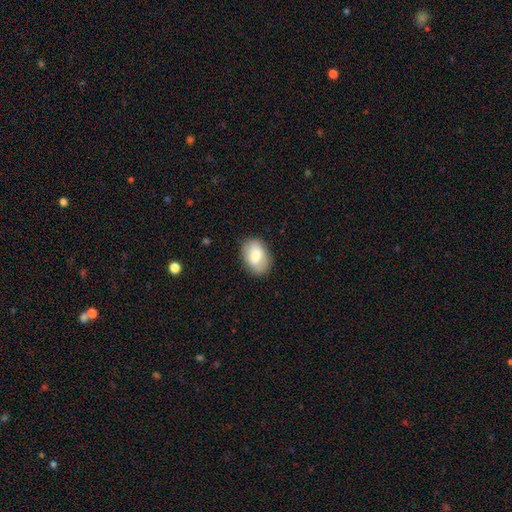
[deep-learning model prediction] smooth-or-featured: smooth: 73% | featured or disk: 20% | star or artifact: 7%
  how-rounded: in between: 83% | round: 15% | cigar-shaped: 1%
  merging: none: 83% | minor disturbance: 13% | major disturbance: 3% | merger: 1%